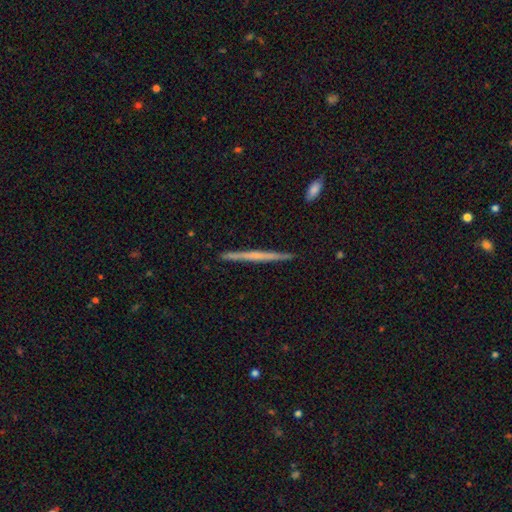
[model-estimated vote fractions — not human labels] smooth_or_featured: featured or disk (p=0.61) [alt: smooth p=0.34]
disk_edge_on: yes (p=0.98) [alt: no p=0.02]
edge_on_bulge: none (p=0.73) [alt: rounded p=0.21]
merging: none (p=0.92) [alt: minor disturbance p=0.06]